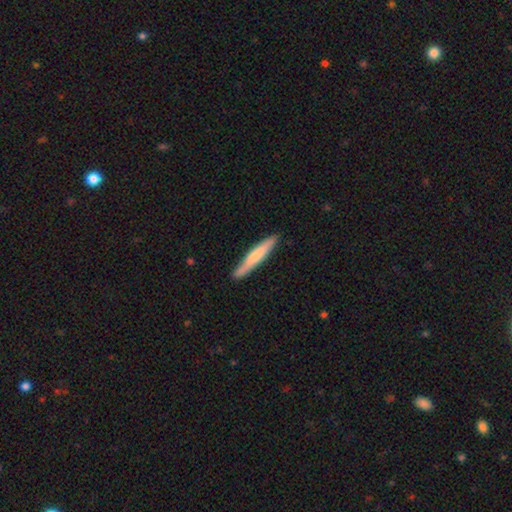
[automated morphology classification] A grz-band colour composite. It shows a smooth galaxy with no disk features (64%) that is cigar-shaped (94%). Merging: none (84%).